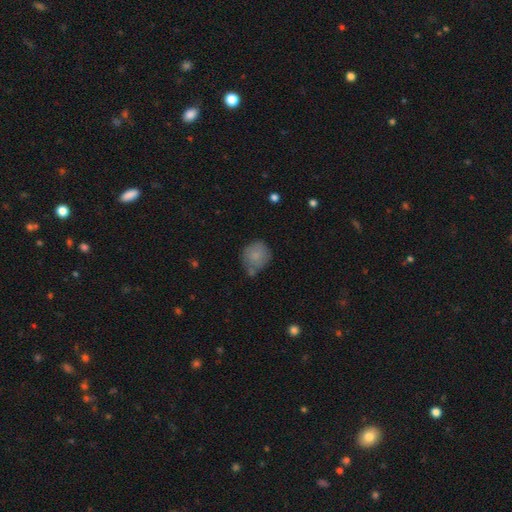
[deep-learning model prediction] This is likely a smooth galaxy (80%). How rounded: likely round (75%). Merging: possibly none (51%).